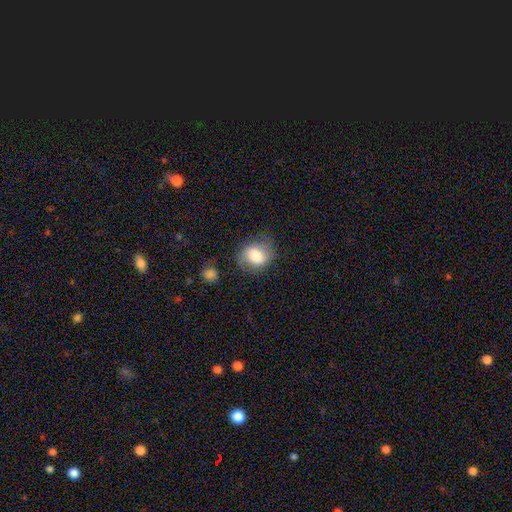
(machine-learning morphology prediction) Smooth or featured?
  - smooth: 63% *
  - featured or disk: 28%
  - star or artifact: 9%
How rounded?
  - round: 52% *
  - in between: 46%
  - cigar-shaped: 1%
Merging?
  - none: 62% *
  - minor disturbance: 24%
  - major disturbance: 11%
  - merger: 3%